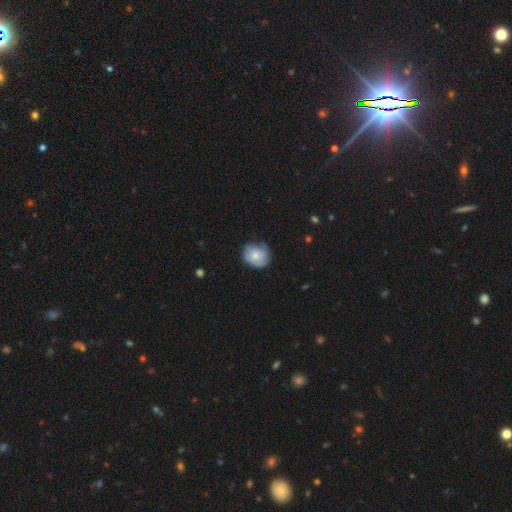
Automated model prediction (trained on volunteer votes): A smooth galaxy with no disk features (68%) that is round (77%). Merging: none (66%).